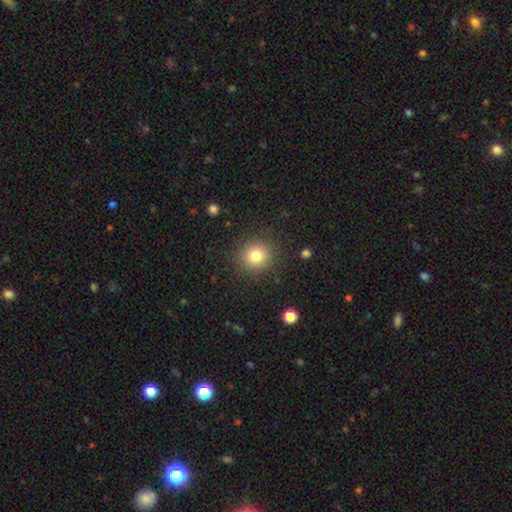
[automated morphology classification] This is clearly a smooth galaxy (81%). How rounded: clearly round (88%). Merging: clearly none (88%).